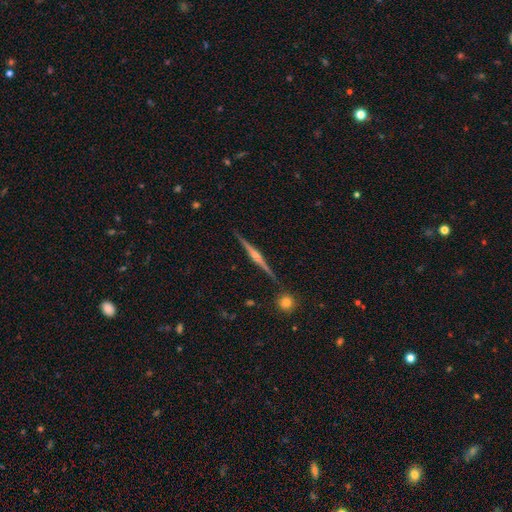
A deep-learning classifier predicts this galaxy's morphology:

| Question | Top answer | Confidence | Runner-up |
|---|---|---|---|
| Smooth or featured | featured or disk | 81% | smooth (13%) |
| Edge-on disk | yes | 98% | no (2%) |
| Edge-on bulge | rounded | 79% | boxy (11%) |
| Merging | none | 90% | minor disturbance (7%) |